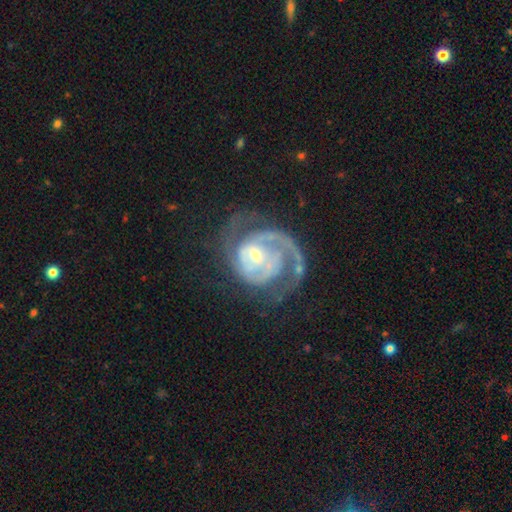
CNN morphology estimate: smooth-or-featured: featured or disk: 89% | smooth: 6% | star or artifact: 5%
  disk-edge-on: no: 98% | yes: 2%
    bar: no: 54% | weak: 37% | strong: 9%
    has-spiral-arms: yes: 96% | no: 4%
      spiral-winding: tight: 47% | medium: 40% | loose: 14%
      spiral-arm-count: 2: 40% | 1: 34% | can't tell: 11% | 3: 9% | 4: 3% | more than 4: 3%
    bulge-size: small: 55% | moderate: 38% | large: 3% | none: 2% | dominant: 1%
  merging: none: 50% | major disturbance: 27% | minor disturbance: 18% | merger: 4%